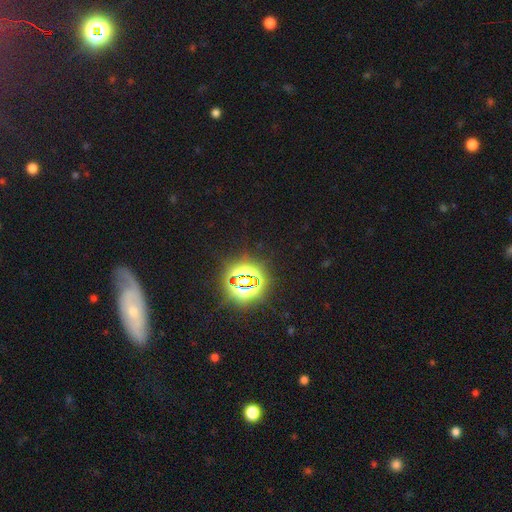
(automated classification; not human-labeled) smooth-or-featured: star or artifact: 72% | smooth: 15% | featured or disk: 13%